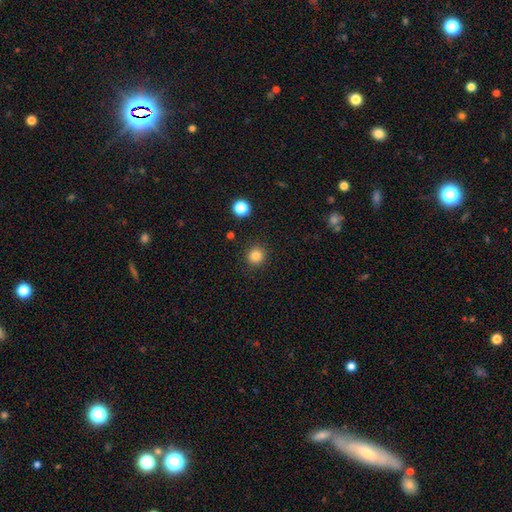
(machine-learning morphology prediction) smooth-or-featured: smooth: 83% | star or artifact: 12% | featured or disk: 5%
  how-rounded: round: 93% | in between: 6% | cigar-shaped: 1%
  merging: none: 91% | minor disturbance: 6% | major disturbance: 2% | merger: 1%